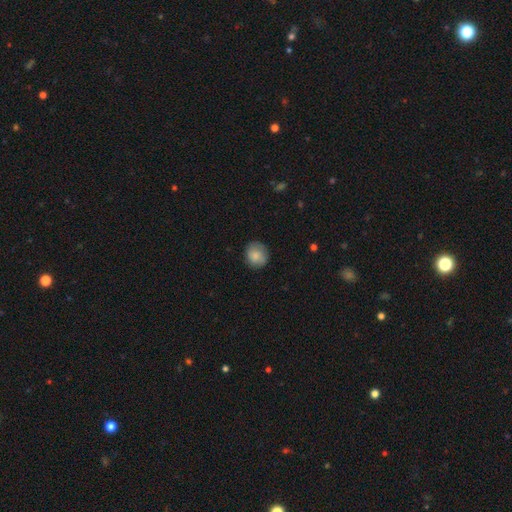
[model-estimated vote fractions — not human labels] Smooth or featured? smooth (80%)
How rounded? round (81%)
Merging? none (81%)